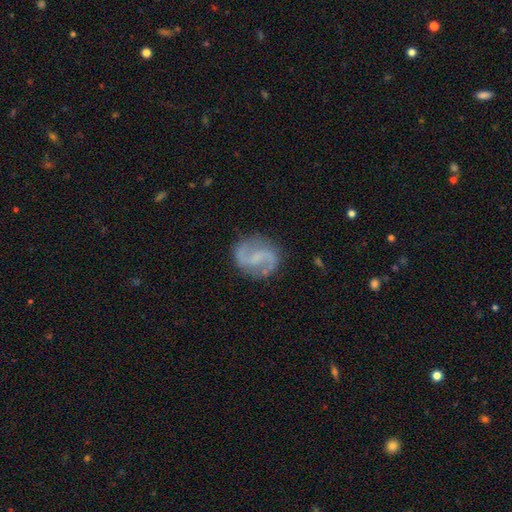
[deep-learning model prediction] The model was most divided on "spiral winding": medium: 46%, loose: 40%, tight: 15%. Remaining: edge-on disk — no (98%); spiral arms — yes (96%); spiral arm count — 2 (93%); smooth or featured — featured or disk (87%); merging — none (85%); bulge size — none (49%); bar — weak (47%).